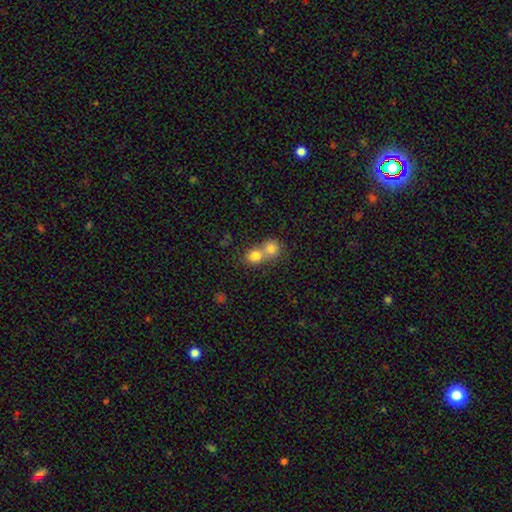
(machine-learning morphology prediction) smooth_or_featured: smooth (p=0.79) [alt: star or artifact p=0.11]
how_rounded: round (p=0.80) [alt: in between p=0.19]
merging: merger (p=0.61) [alt: none p=0.32]